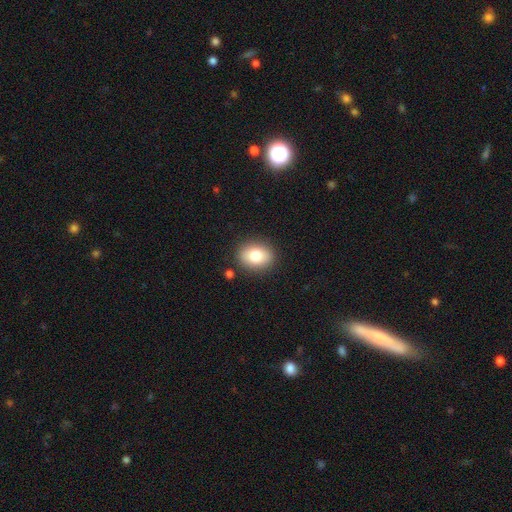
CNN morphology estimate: Smooth or featured? smooth (78%)
How rounded? in between (56%)
Merging? none (87%)